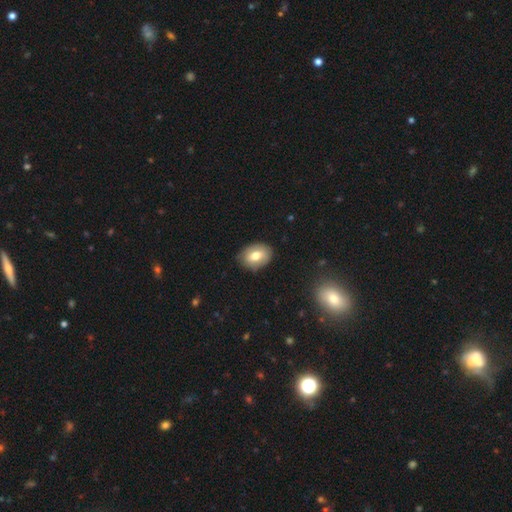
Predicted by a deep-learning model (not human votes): Smooth or featured?
  - smooth: 73% *
  - featured or disk: 19%
  - star or artifact: 8%
How rounded?
  - in between: 72% *
  - round: 26%
  - cigar-shaped: 1%
Merging?
  - none: 82% *
  - minor disturbance: 14%
  - major disturbance: 3%
  - merger: 1%